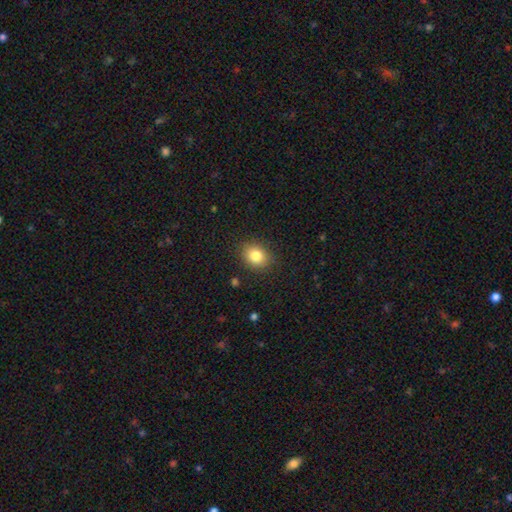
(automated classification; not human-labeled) This is clearly a smooth galaxy (82%). How rounded: possibly round (53%). Merging: clearly none (87%).